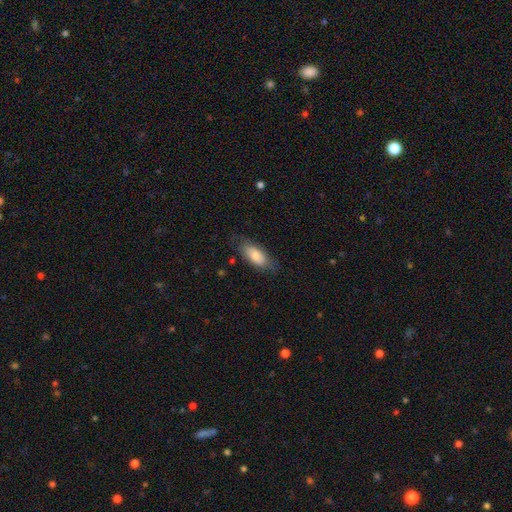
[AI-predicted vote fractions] The model was most divided on "merging": none: 71%, minor disturbance: 21%, major disturbance: 7%, merger: 1%. More confident: how rounded — in between (84%); smooth or featured — smooth (76%).